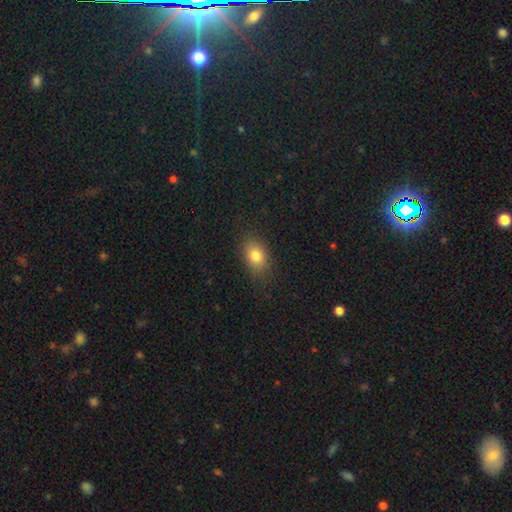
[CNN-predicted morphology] Smooth or featured? Predicted: smooth (p=0.81). How rounded? Predicted: in between (p=0.74). Merging? Predicted: none (p=0.82).